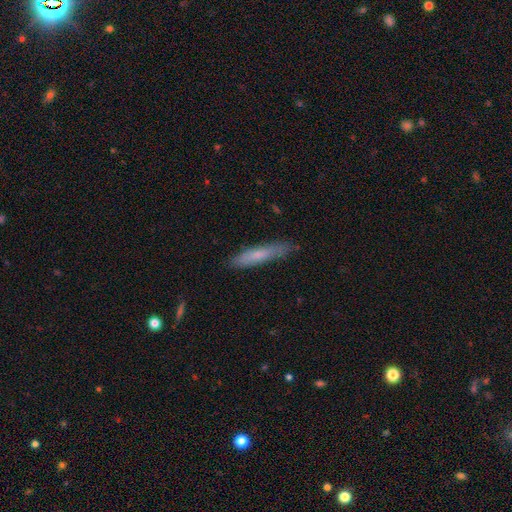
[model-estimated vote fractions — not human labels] Overall: smooth (69%). How rounded: cigar-shaped (89%). Merging: none (80%).